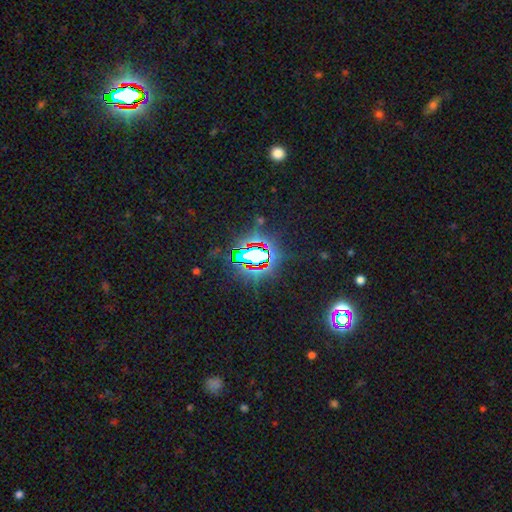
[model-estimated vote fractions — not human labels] This is likely a star or artifact rather than a galaxy (77%).